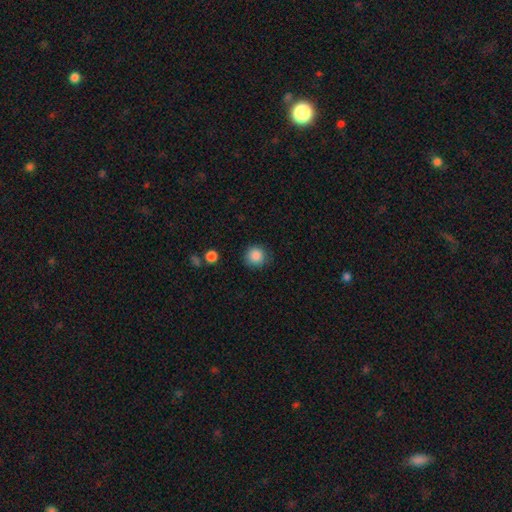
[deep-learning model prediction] Smooth or featured? Predicted: smooth (p=0.87). How rounded? Predicted: round (p=0.92). Merging? Predicted: none (p=0.86).